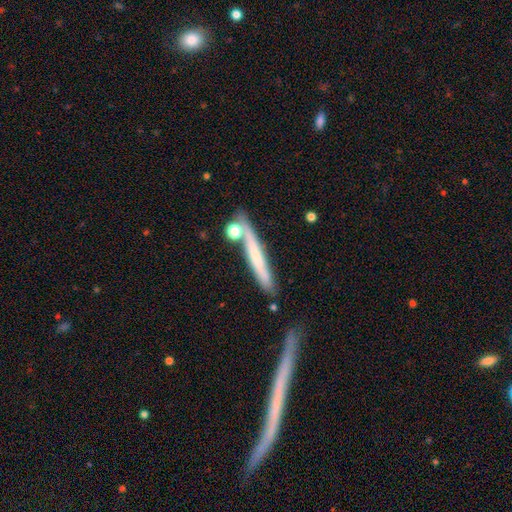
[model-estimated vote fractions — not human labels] Morphology: type=smooth (53%); roundness=cigar-shaped (93%); merging=none (71%).